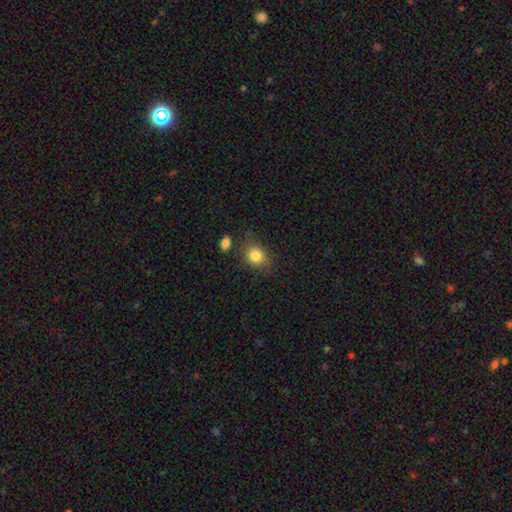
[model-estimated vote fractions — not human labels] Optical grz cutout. It shows a smooth galaxy with no disk features (83%) that is in between round and cigar-shaped (50%). Merging: none (72%).